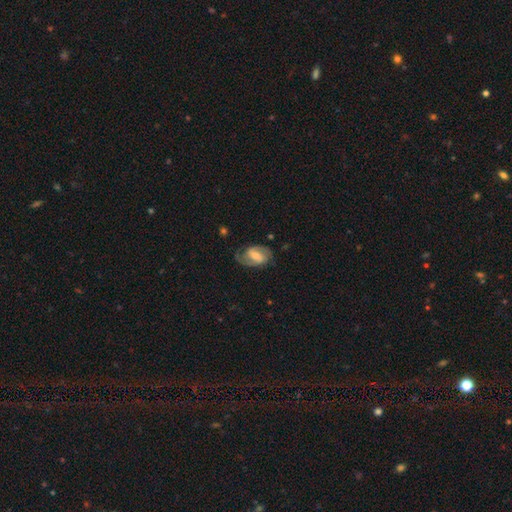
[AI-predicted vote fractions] Smooth or featured?
  - featured or disk: 80% *
  - smooth: 14%
  - star or artifact: 5%
Edge-on disk?
  - no: 97% *
  - yes: 3%
Bar?
  - weak: 48% *
  - strong: 33%
  - no: 19%
Spiral arms?
  - yes: 94% *
  - no: 6%
Spiral winding?
  - medium: 50% *
  - tight: 33%
  - loose: 17%
Spiral arm count?
  - 2: 87% *
  - can't tell: 6%
  - 1: 3%
  - 3: 2%
  - 4: 1%
  - more than 4: 1%
Bulge size?
  - moderate: 55% *
  - small: 34%
  - large: 6%
  - none: 4%
  - dominant: 1%
Merging?
  - none: 73% *
  - minor disturbance: 18%
  - major disturbance: 8%
  - merger: 1%